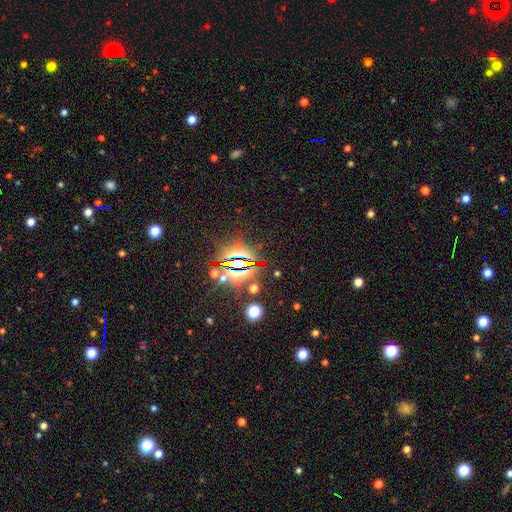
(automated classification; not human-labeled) smooth-or-featured: star or artifact: 83% | featured or disk: 9% | smooth: 8%